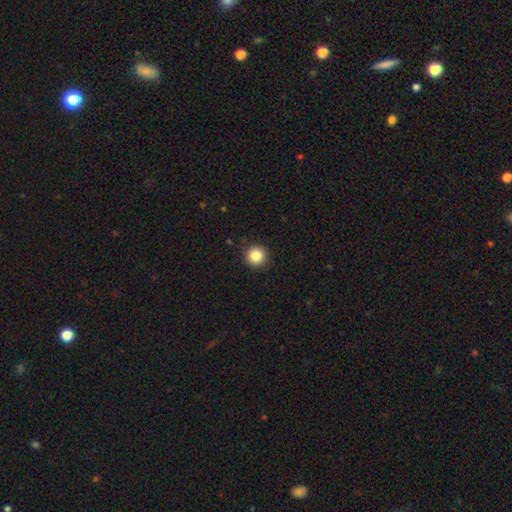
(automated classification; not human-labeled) The model was most divided on "smooth or featured": smooth: 85%, star or artifact: 10%, featured or disk: 5%. More confident: how rounded — round (96%); merging — none (92%).